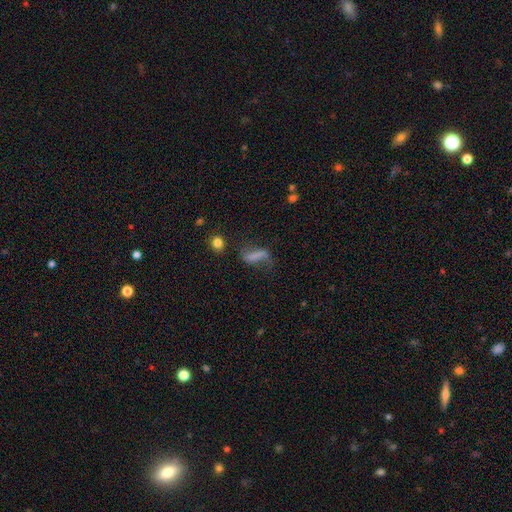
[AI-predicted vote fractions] Overall: smooth (46%; featured or disk 40%). Merging: none (47%; major disturbance 24%).